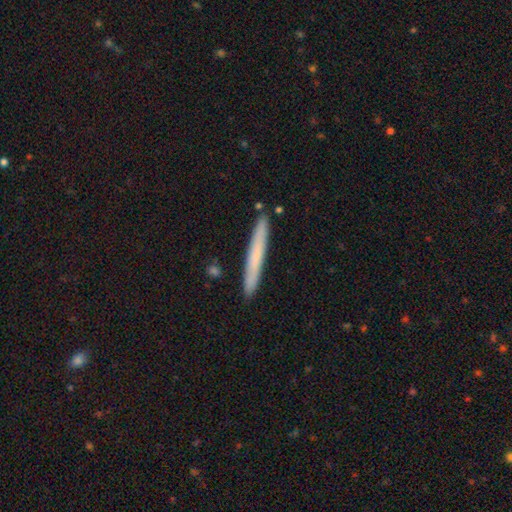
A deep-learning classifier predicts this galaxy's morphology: Smooth or featured? smooth (65%)
How rounded? cigar-shaped (97%)
Merging? none (90%)